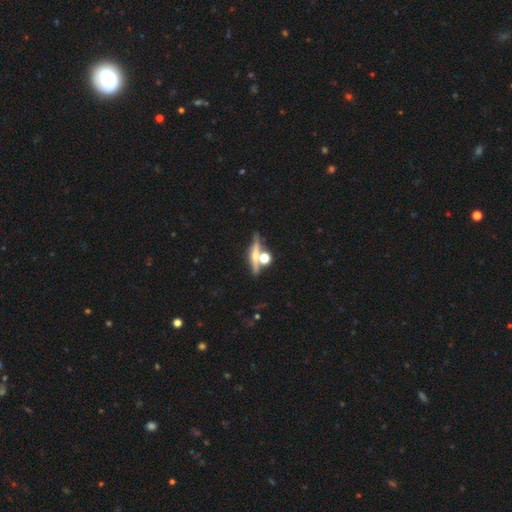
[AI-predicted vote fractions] Morphology: type=featured or disk (55%); edge-on=yes (87%); merging=none (64%).